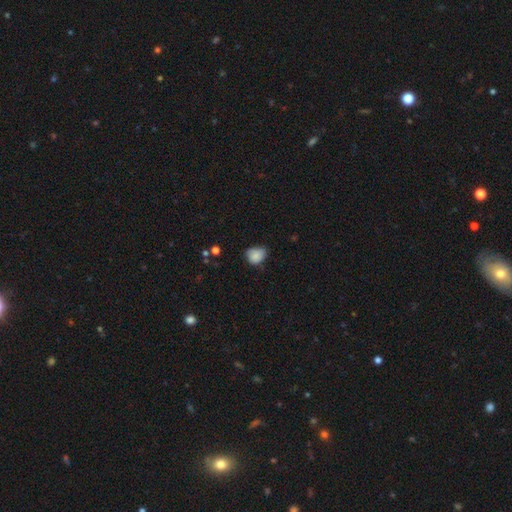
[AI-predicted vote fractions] smooth_or_featured: smooth (p=0.83) [alt: star or artifact p=0.09]
how_rounded: round (p=0.55) [alt: in between p=0.44]
merging: none (p=0.47) [alt: minor disturbance p=0.42]